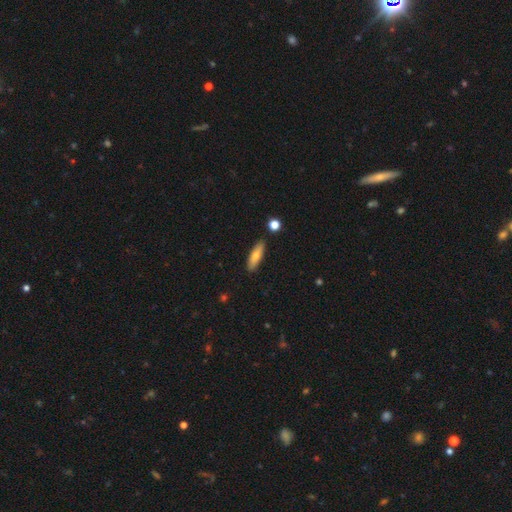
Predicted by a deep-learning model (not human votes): Morphology: type=smooth (72%); roundness=cigar-shaped (56%); merging=none (86%).